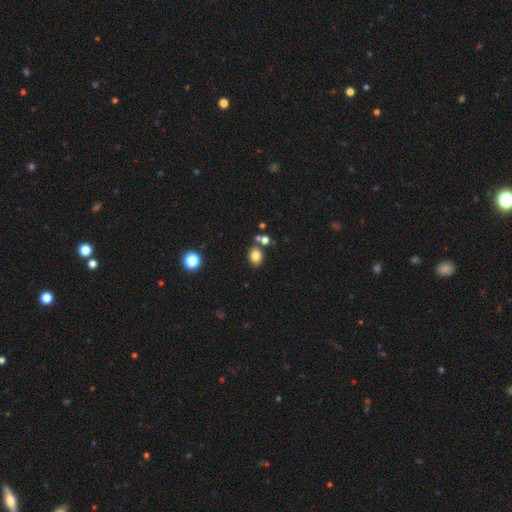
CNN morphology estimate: This appears to be a smooth galaxy with no disk features (81%) that is round (51%). Merging: none (74%).